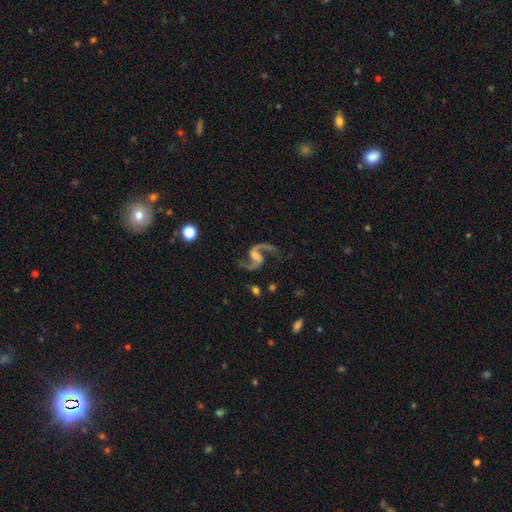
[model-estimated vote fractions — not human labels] smooth_or_featured: featured or disk (p=0.93) [alt: star or artifact p=0.04]
disk_edge_on: no (p=0.98) [alt: yes p=0.02]
bar: weak (p=0.48) [alt: no p=0.29]
has_spiral_arms: yes (p=0.98) [alt: no p=0.02]
spiral_winding: loose (p=0.55) [alt: medium p=0.40]
spiral_arm_count: 2 (p=0.94) [alt: 1 p=0.02]
bulge_size: small (p=0.39) [alt: moderate p=0.34]
merging: none (p=0.76) [alt: minor disturbance p=0.13]